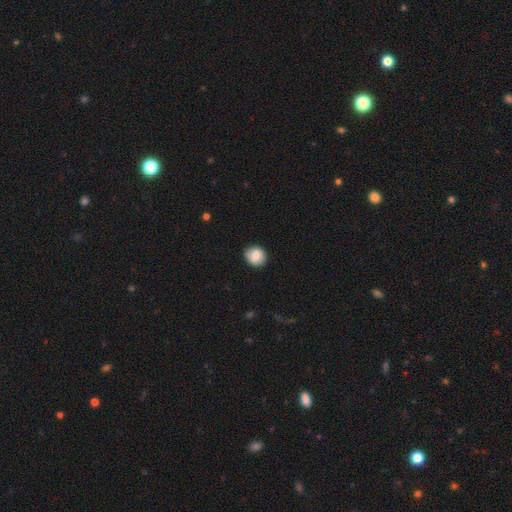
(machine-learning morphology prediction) Smooth or featured? smooth (80%)
How rounded? round (78%)
Merging? none (84%)